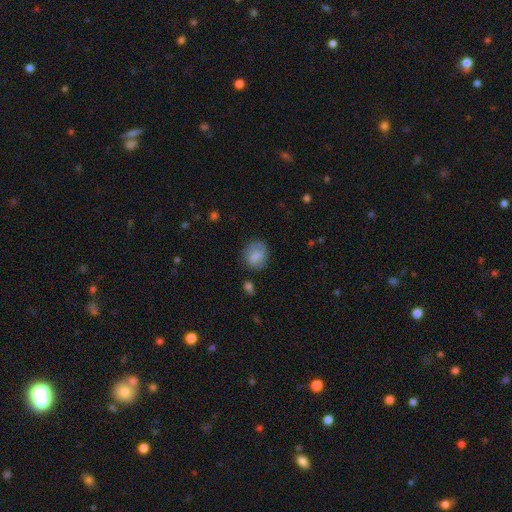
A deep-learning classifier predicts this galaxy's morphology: Smooth or featured?
  - smooth: 75% *
  - featured or disk: 16%
  - star or artifact: 8%
How rounded?
  - round: 65% *
  - in between: 33%
  - cigar-shaped: 1%
Merging?
  - none: 68% *
  - minor disturbance: 21%
  - major disturbance: 8%
  - merger: 3%